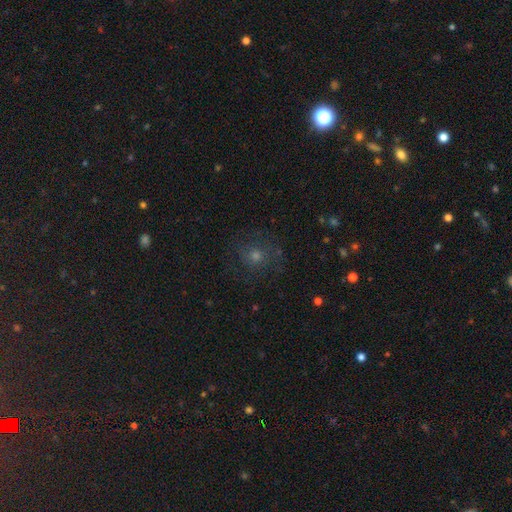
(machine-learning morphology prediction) Q: Smooth or featured?
A: smooth (42%); runner-up: star or artifact (32%)
Q: Merging?
A: none (78%); runner-up: minor disturbance (12%)